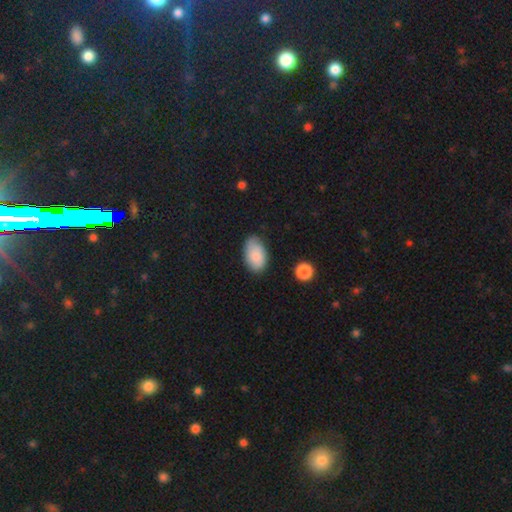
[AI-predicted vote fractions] Smooth or featured? Predicted: smooth (p=0.81). How rounded? Predicted: in between (p=0.93). Merging? Predicted: none (p=0.71).